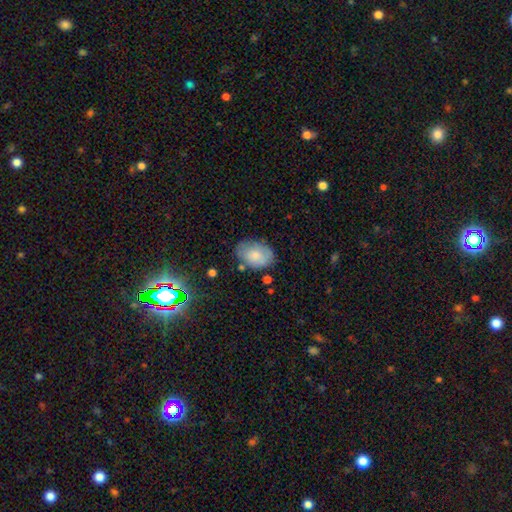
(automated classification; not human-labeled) Overall: smooth (73%). How rounded: in between (84%). Merging: none (68%).